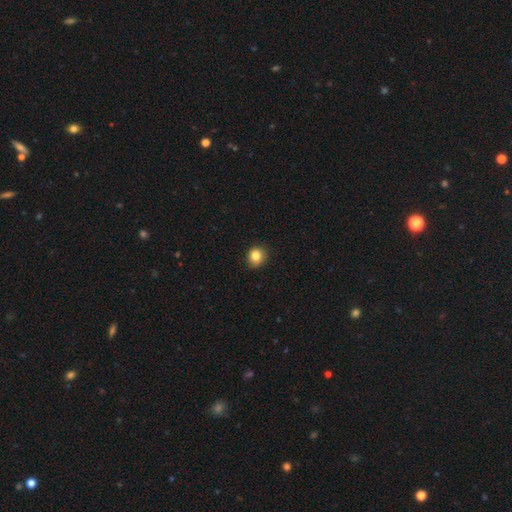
This appears to be a smooth galaxy with no disk features (85%) that is round (91%). Merging: none (81%).